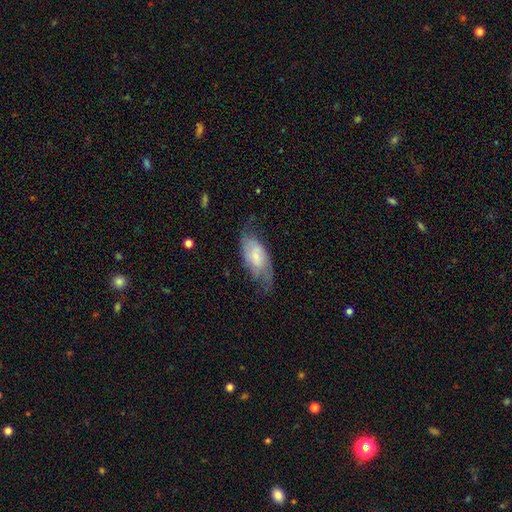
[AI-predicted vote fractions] A featured or disk galaxy (52%). Merging: none (49%).